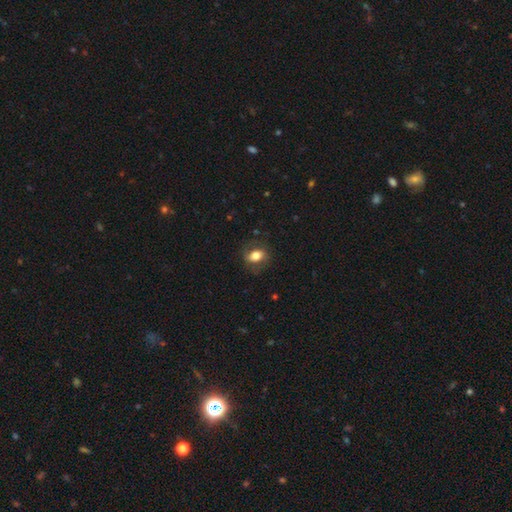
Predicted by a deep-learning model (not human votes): A smooth galaxy with no disk features (67%) that is in between round and cigar-shaped (74%). Merging: none (73%).